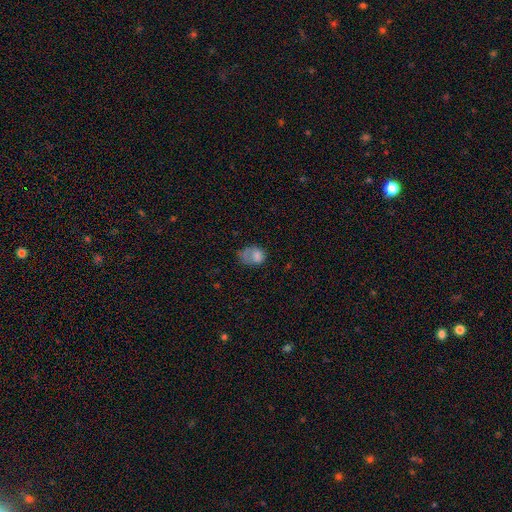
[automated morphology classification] Smooth or featured? Predicted: smooth (p=0.69). How rounded? Predicted: in between (p=0.66). Merging? Predicted: major disturbance (p=0.38).